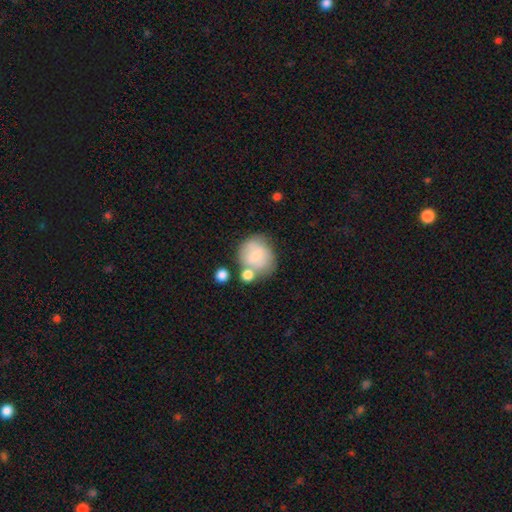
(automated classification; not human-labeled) smooth 67%, featured or disk 25%, star or artifact 8%. Down the decision tree: how rounded — round (76%); merging — none (45%).